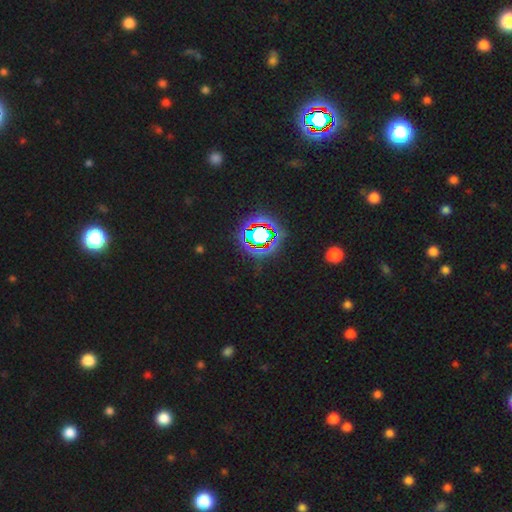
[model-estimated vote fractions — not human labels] Morphology: type=star or artifact (79%).